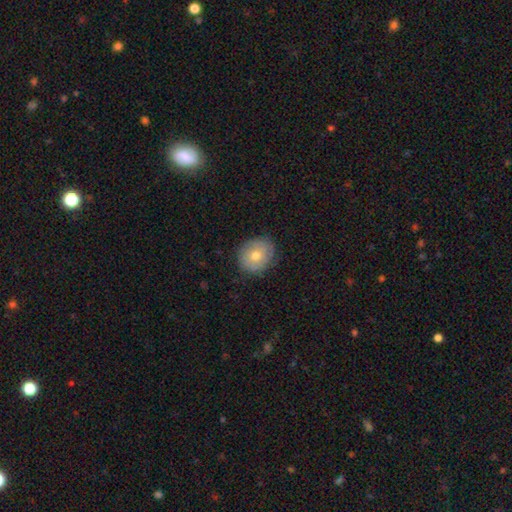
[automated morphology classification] smooth 65%, featured or disk 26%, star or artifact 9%. Down the decision tree: how rounded — round (69%); merging — none (82%).